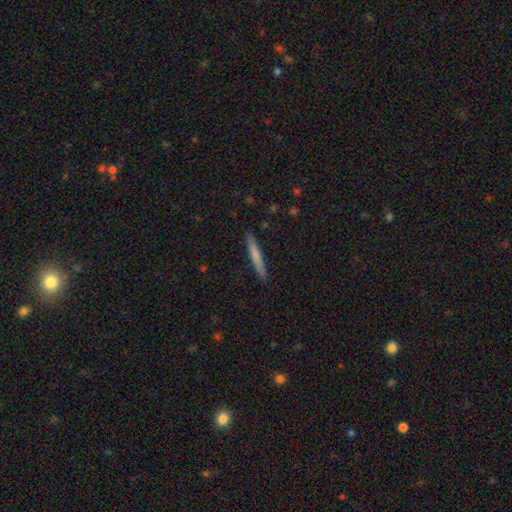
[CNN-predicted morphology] This is likely a smooth galaxy (66%). How rounded: clearly cigar-shaped (96%). Merging: clearly none (91%).